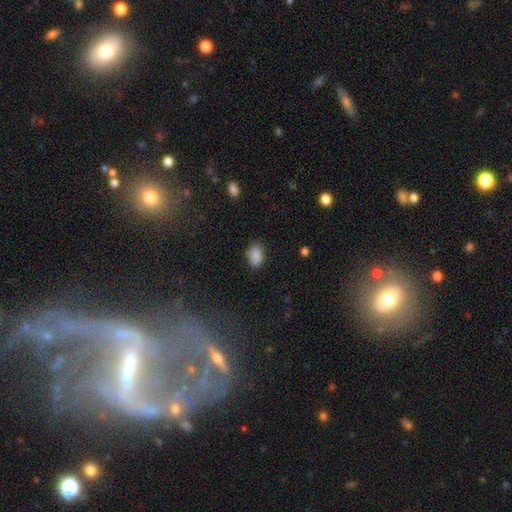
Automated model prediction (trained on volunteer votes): Smooth or featured: smooth — 87% (star or artifact — 8%)
How rounded: in between — 85% (round — 13%)
Merging: none — 75% (minor disturbance — 19%)